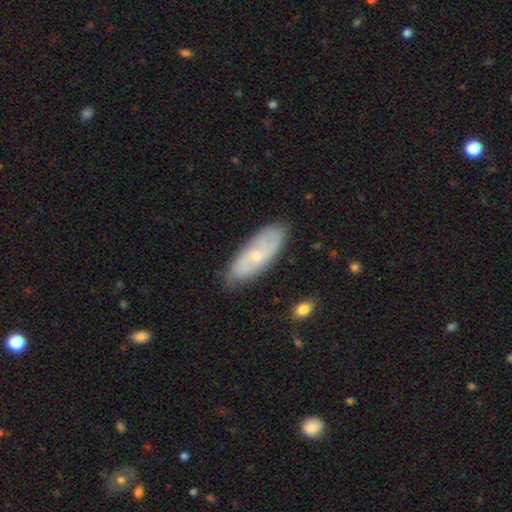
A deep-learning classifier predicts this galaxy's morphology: Q: Smooth or featured?
A: featured or disk (59%); runner-up: smooth (35%)
Q: Edge-on disk?
A: no (86%); runner-up: yes (14%)
Q: Bar?
A: no (70%); runner-up: weak (26%)
Q: Spiral arms?
A: yes (83%); runner-up: no (17%)
Q: Bulge size?
A: small (71%); runner-up: moderate (24%)
Q: Merging?
A: none (78%); runner-up: minor disturbance (17%)